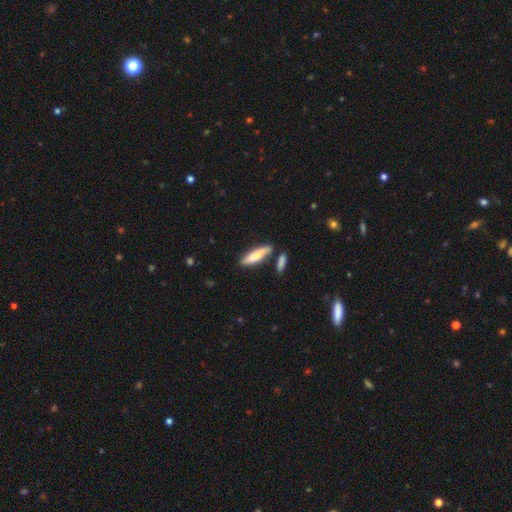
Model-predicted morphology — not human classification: Overall: smooth (78%). How rounded: cigar-shaped (71%). Merging: none (69%).